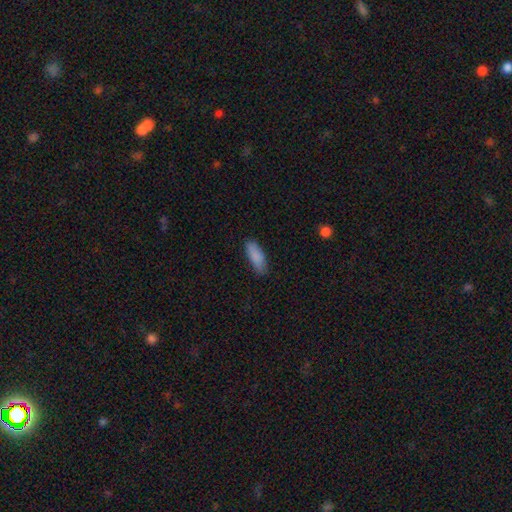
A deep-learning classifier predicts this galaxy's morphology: type=smooth (87%); roundness=in between (70%); merging=none (78%).